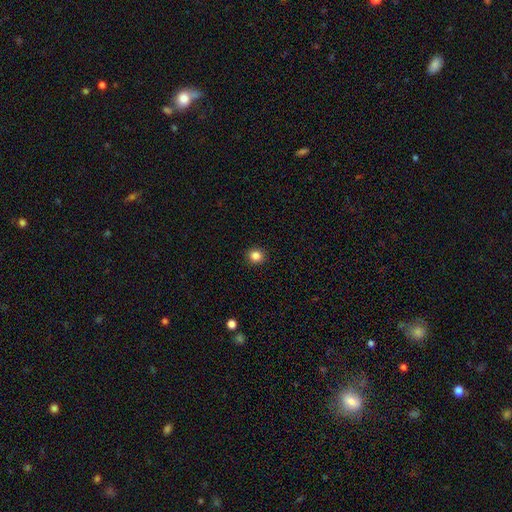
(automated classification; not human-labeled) Smooth or featured? Predicted: smooth (p=0.85). How rounded? Predicted: round (p=0.86). Merging? Predicted: none (p=0.92).